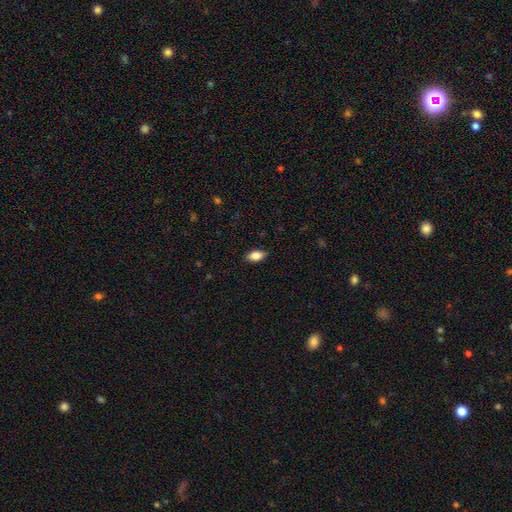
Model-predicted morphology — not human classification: type=smooth (83%); roundness=in between (90%); merging=none (87%).